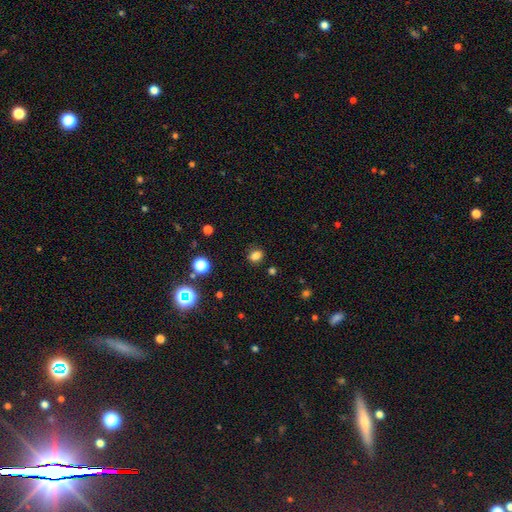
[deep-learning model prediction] A smooth galaxy with no disk features (80%) that is in between round and cigar-shaped (54%).

Vote fractions:
- Smooth or featured? smooth: 80% / star or artifact: 16% / featured or disk: 4%
- How rounded? in between: 54% / round: 44% / cigar-shaped: 1%
- Merging? none: 84% / minor disturbance: 10% / major disturbance: 3% / merger: 2%